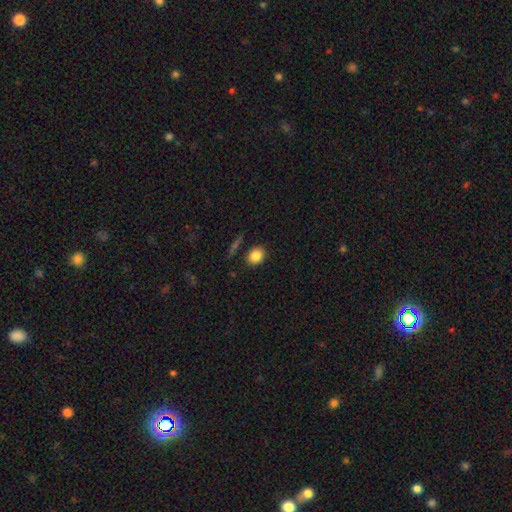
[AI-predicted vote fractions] A smooth galaxy with no disk features (84%) that is round (50%). Merging: none (85%).